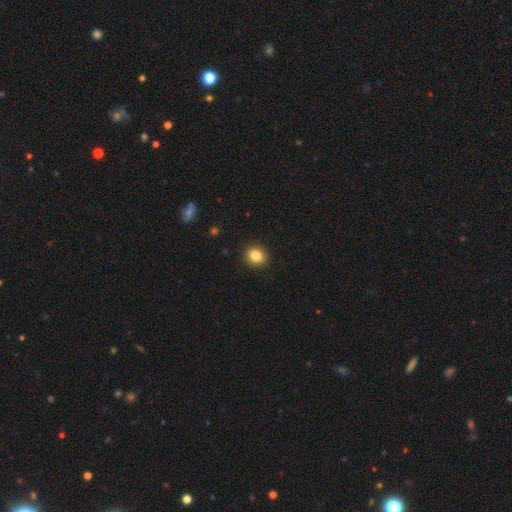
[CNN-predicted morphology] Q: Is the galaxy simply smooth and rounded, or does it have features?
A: smooth — 87%.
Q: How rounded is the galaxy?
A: round — 61%.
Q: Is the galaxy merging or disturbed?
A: none — 89%.